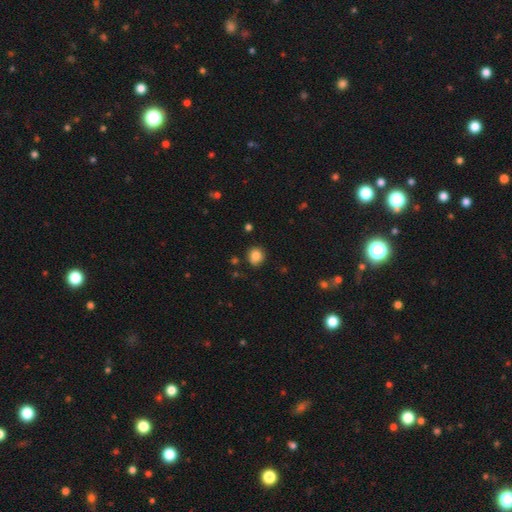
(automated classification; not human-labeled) The model was most divided on "how rounded": round: 83%, in between: 16%, cigar-shaped: 1%. More confident: merging — none (86%); smooth or featured — smooth (85%).